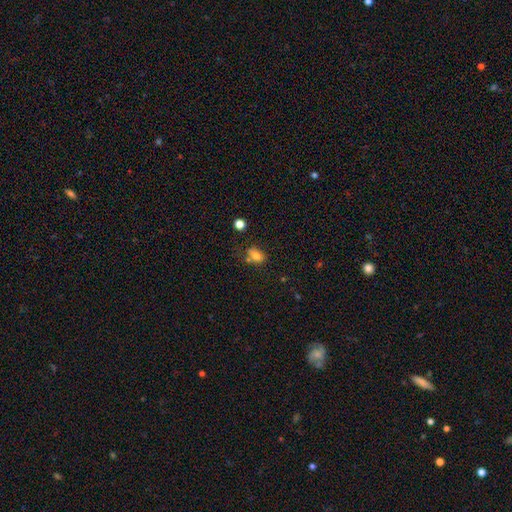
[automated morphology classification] A smooth galaxy with no disk features (75%) that is in between round and cigar-shaped (66%).

Vote fractions:
- Smooth or featured? smooth: 75% / star or artifact: 13% / featured or disk: 13%
- How rounded? in between: 66% / round: 32% / cigar-shaped: 2%
- Merging? none: 51% / merger: 21% / minor disturbance: 20% / major disturbance: 7%